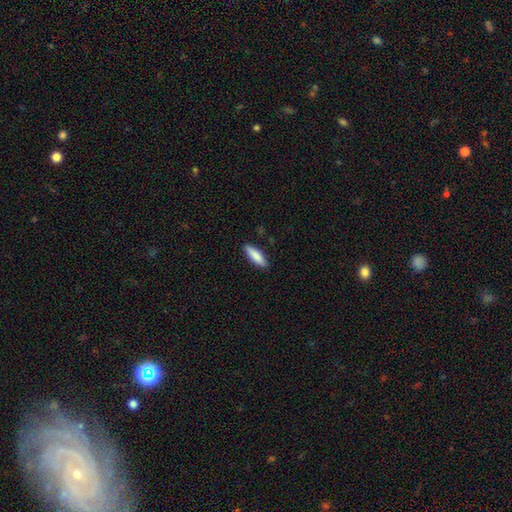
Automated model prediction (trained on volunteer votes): This is clearly a smooth galaxy (86%). How rounded: possibly cigar-shaped (55%). Merging: clearly none (88%).